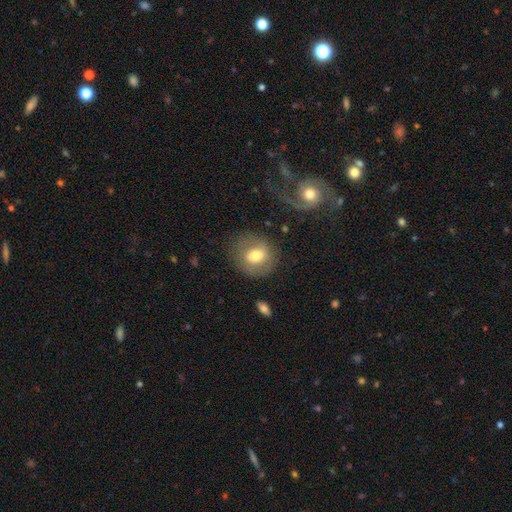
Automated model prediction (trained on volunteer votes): Smooth or featured? smooth (58%)
How rounded? round (72%)
Merging? none (75%)